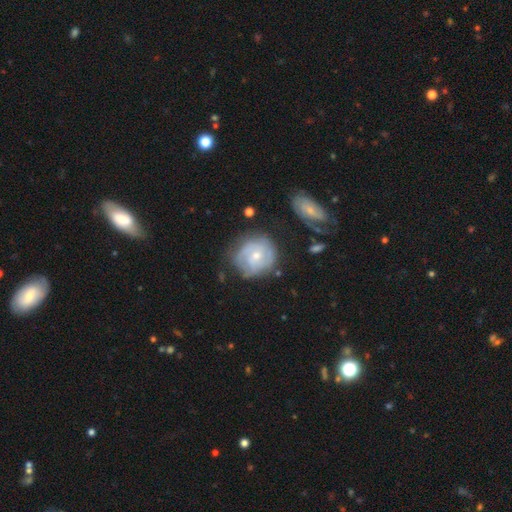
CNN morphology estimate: Overall: featured or disk (65%; smooth 28%). Edge-on disk: no (97%). Bar: no (64%; weak 31%). Spiral arms: yes (81%). Spiral arm count: can't tell (40%; 2 31%). Spiral winding: tight (54%; medium 34%). Bulge size: small (56%; moderate 40%). Merging: none (67%).